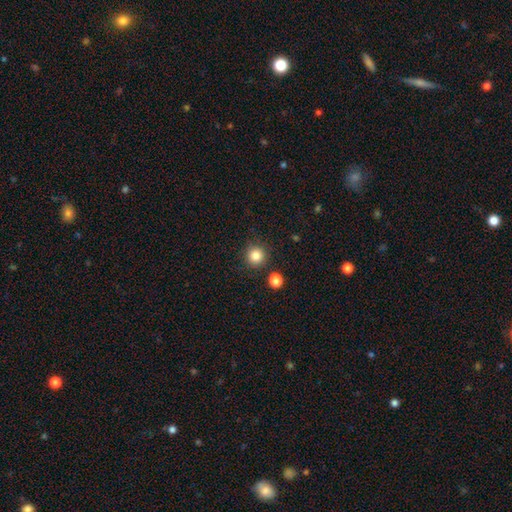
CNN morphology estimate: A smooth galaxy with no disk features (84%) that is round (94%).

Vote fractions:
- Smooth or featured? smooth: 84% / star or artifact: 11% / featured or disk: 5%
- How rounded? round: 94% / in between: 5% / cigar-shaped: 1%
- Merging? none: 86% / minor disturbance: 7% / merger: 5% / major disturbance: 2%